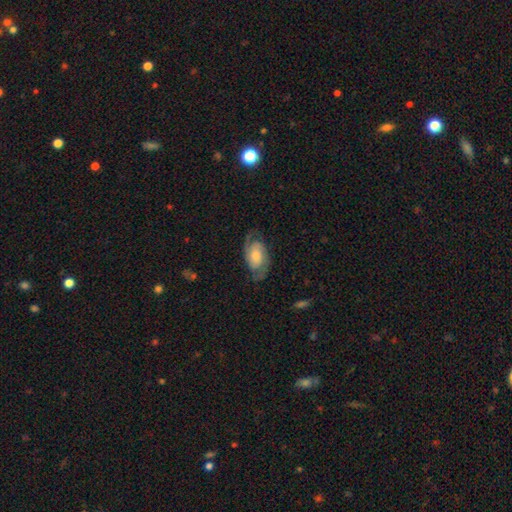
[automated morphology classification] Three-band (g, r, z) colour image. It shows a featured or disk galaxy (81%) with no bar (61%), 2 (90%) medium (48%) spiral arms (95%) and a moderate central bulge (51%). Merging: none (76%).